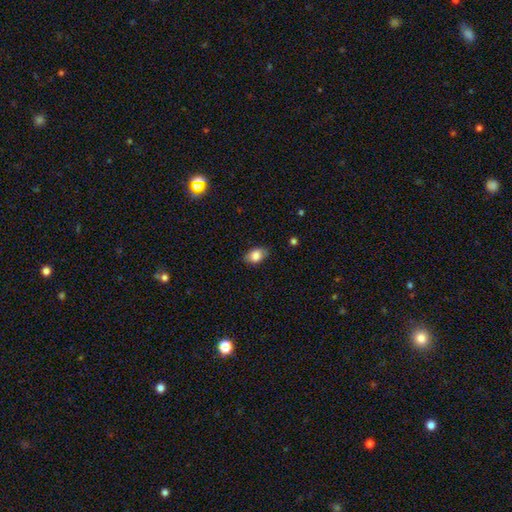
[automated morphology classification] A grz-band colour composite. It shows a smooth galaxy with no disk features (83%) that is in between round and cigar-shaped (86%). Merging: none (79%).